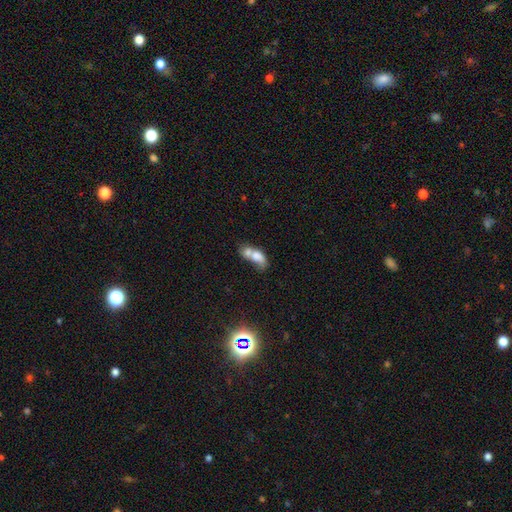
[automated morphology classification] This is likely a smooth galaxy (67%). How rounded: likely in between (77%). Merging: likely merger (68%).